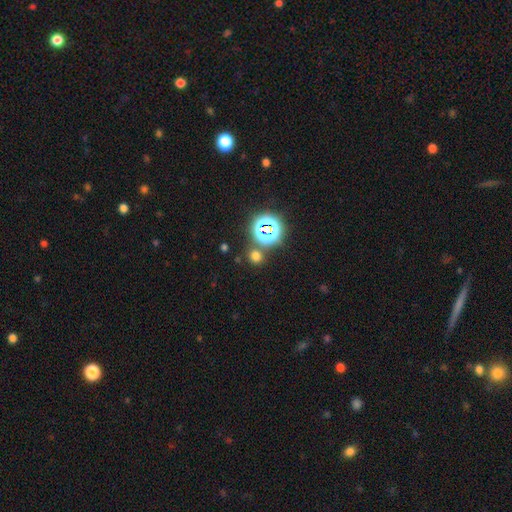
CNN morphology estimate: Q: Smooth or featured?
A: smooth (61%); runner-up: star or artifact (34%)
Q: How rounded?
A: round (84%); runner-up: in between (14%)
Q: Merging?
A: none (79%); runner-up: merger (10%)